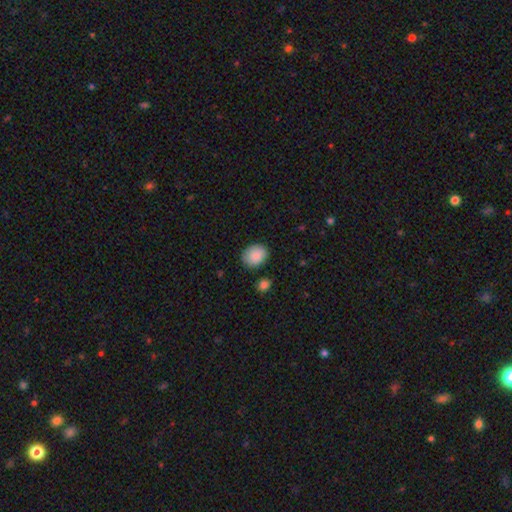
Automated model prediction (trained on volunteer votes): smooth-or-featured: smooth: 88% | star or artifact: 7% | featured or disk: 5%
  how-rounded: in between: 53% | round: 46% | cigar-shaped: 1%
  merging: none: 83% | minor disturbance: 12% | major disturbance: 3% | merger: 2%